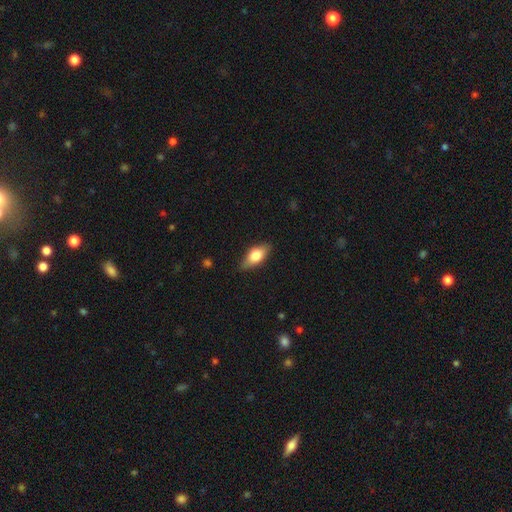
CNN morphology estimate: smooth-or-featured: smooth: 69% | featured or disk: 25% | star or artifact: 7%
  how-rounded: in between: 82% | cigar-shaped: 13% | round: 5%
  merging: none: 81% | minor disturbance: 15% | major disturbance: 3% | merger: 1%